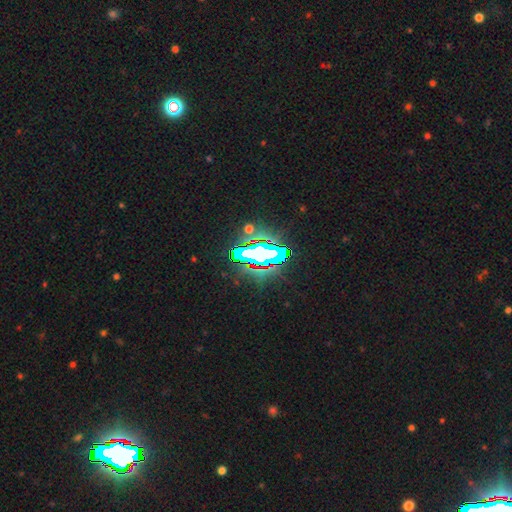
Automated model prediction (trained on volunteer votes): A star or artifact, not a galaxy (71%).